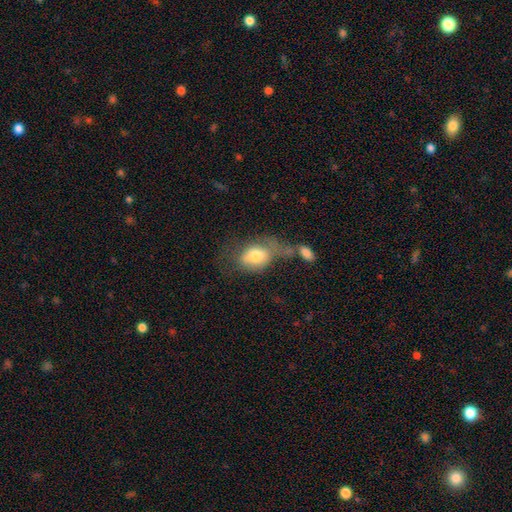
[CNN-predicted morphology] A smooth galaxy with no disk features (69%) that is in between round and cigar-shaped (78%). Merging: major disturbance (29%).